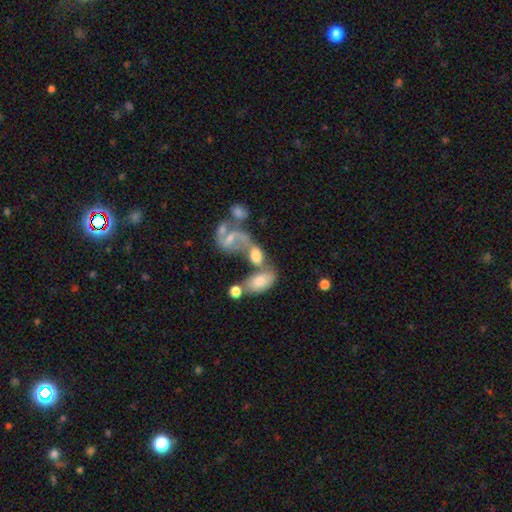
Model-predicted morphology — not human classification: Overall: smooth (45%; featured or disk 43%). Merging: merger (54%; none 20%).